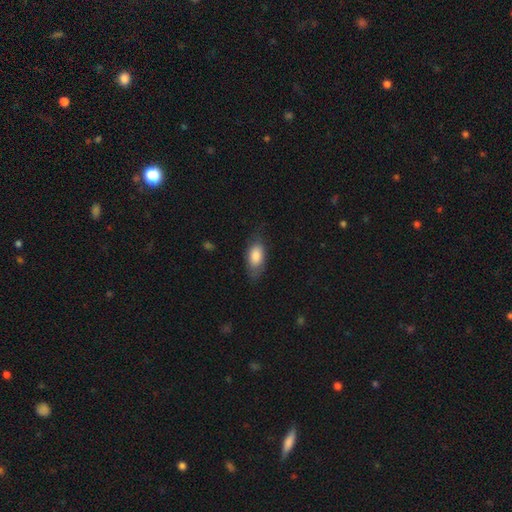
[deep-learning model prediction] Morphology: type=smooth (82%); roundness=in between (90%); merging=none (68%).